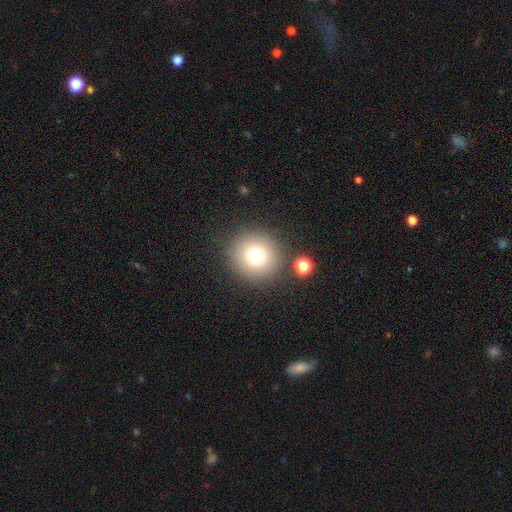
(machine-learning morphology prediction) smooth-or-featured: smooth: 76% | star or artifact: 14% | featured or disk: 10%
  how-rounded: round: 94% | in between: 5% | cigar-shaped: 1%
  merging: none: 85% | minor disturbance: 7% | merger: 5% | major disturbance: 3%